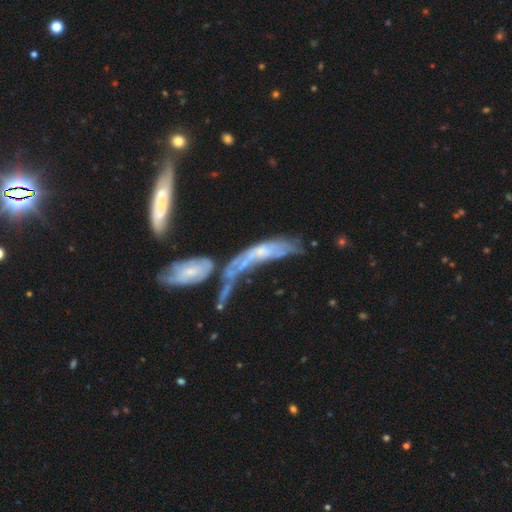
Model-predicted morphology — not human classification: type=featured or disk (58%); edge-on=no (51%); merging=merger (55%).